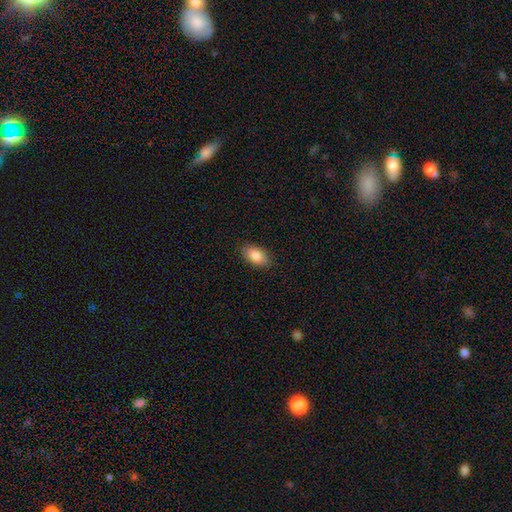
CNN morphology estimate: type=smooth (88%); roundness=in between (93%); merging=none (87%).